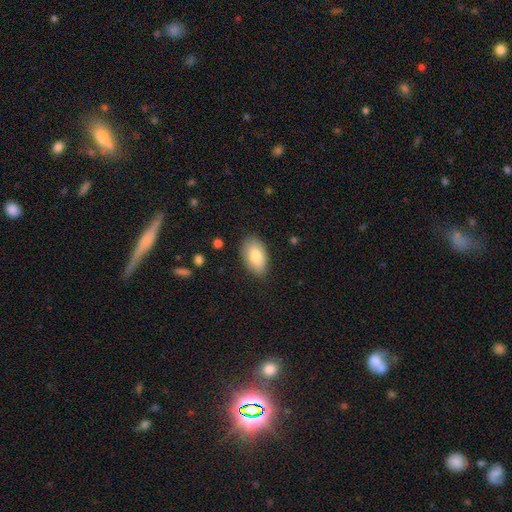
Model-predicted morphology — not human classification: Smooth or featured? Predicted: smooth (p=0.80). How rounded? Predicted: in between (p=0.93). Merging? Predicted: none (p=0.82).